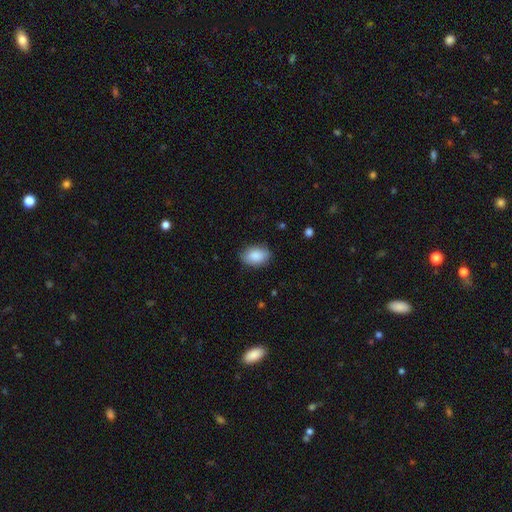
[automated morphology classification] This is clearly a smooth galaxy (87%). How rounded: clearly in between (88%). Merging: clearly none (83%).